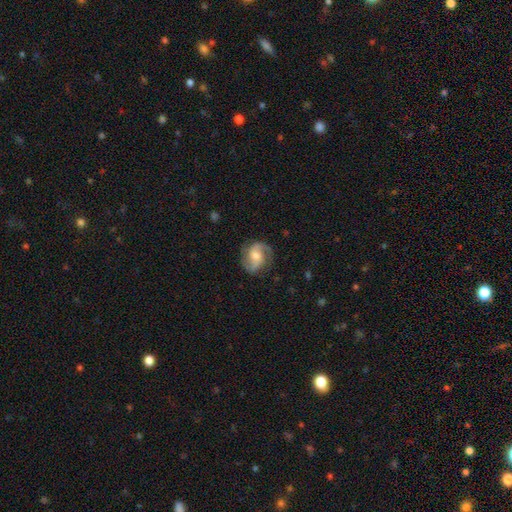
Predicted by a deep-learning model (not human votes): This appears to be a featured or disk galaxy (81%) with no bar (46%), 2 (91%) medium (51%) spiral arms (96%) and a moderate central bulge (59%). Merging: none (80%).